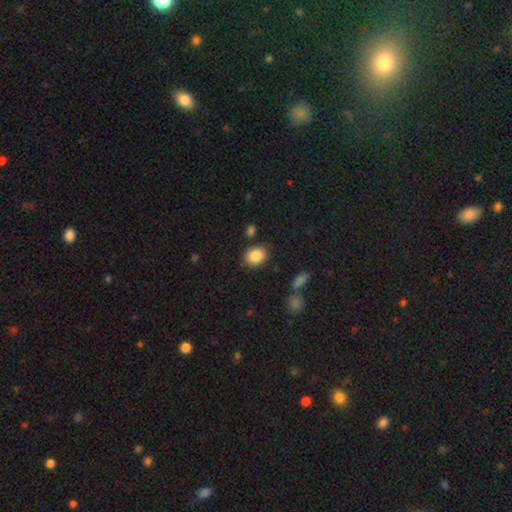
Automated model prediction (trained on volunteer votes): Smooth or featured?
  - smooth: 87% *
  - star or artifact: 8%
  - featured or disk: 5%
How rounded?
  - in between: 55% *
  - round: 44%
  - cigar-shaped: 1%
Merging?
  - none: 81% *
  - minor disturbance: 12%
  - merger: 3%
  - major disturbance: 3%